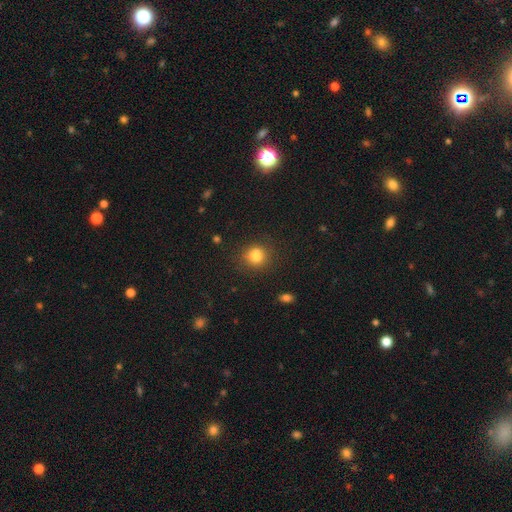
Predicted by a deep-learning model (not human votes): smooth_or_featured: smooth (p=0.81) [alt: star or artifact p=0.12]
how_rounded: round (p=0.74) [alt: in between p=0.25]
merging: none (p=0.72) [alt: minor disturbance p=0.15]